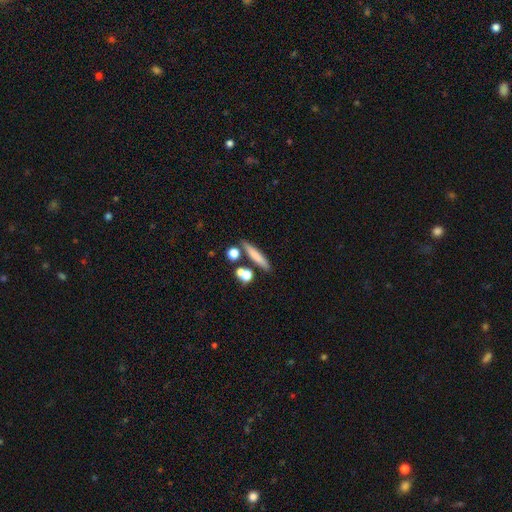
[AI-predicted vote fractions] smooth-or-featured: smooth: 72% | featured or disk: 19% | star or artifact: 9%
  how-rounded: cigar-shaped: 78% | in between: 14% | round: 8%
  merging: none: 72% | minor disturbance: 12% | merger: 11% | major disturbance: 4%